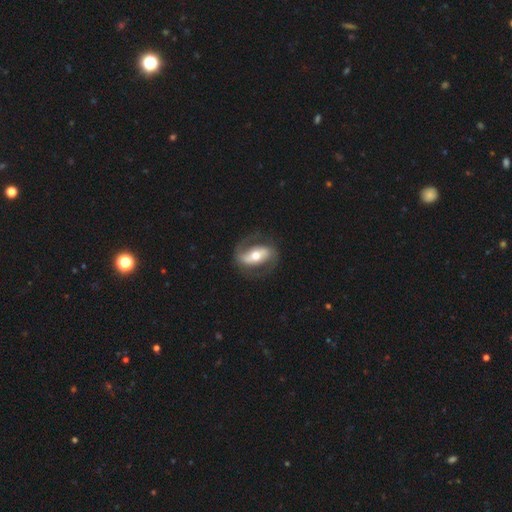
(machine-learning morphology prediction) This is likely a featured or disk galaxy (74%). It is clearly not viewed edge-on (94%). Bar: possibly strong (47%). Spiral arm pattern: clearly yes (81%). Spiral arm count: clearly 2 (86%). Spiral winding: possibly medium (45%). Central bulge: likely moderate (69%). Merging: likely none (75%).